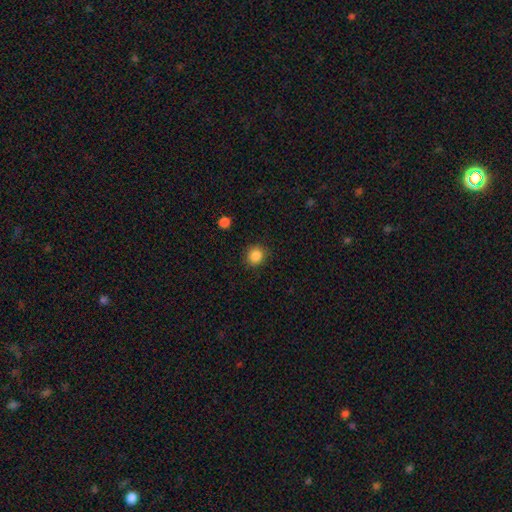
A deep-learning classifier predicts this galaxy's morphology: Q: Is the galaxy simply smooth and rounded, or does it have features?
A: smooth — 86%.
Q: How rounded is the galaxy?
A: round — 84%.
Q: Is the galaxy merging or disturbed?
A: none — 88%.